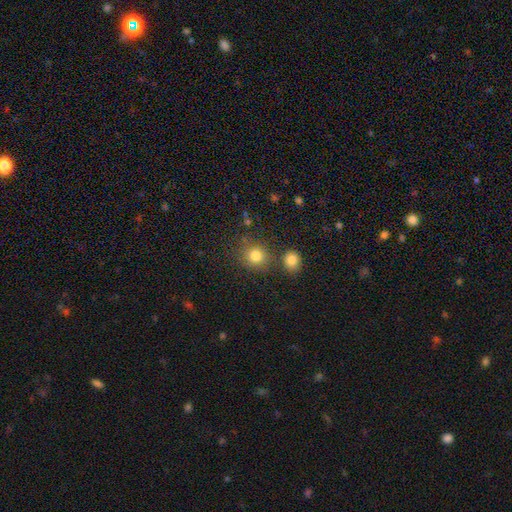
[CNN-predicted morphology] smooth_or_featured: smooth (p=0.81) [alt: star or artifact p=0.13]
how_rounded: round (p=0.84) [alt: in between p=0.15]
merging: none (p=0.73) [alt: merger p=0.12]